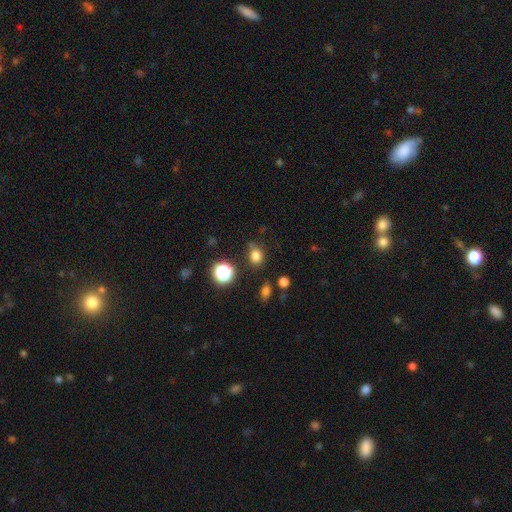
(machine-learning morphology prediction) This appears to be a smooth galaxy with no disk features (78%) that is round (60%). Merging: none (74%).